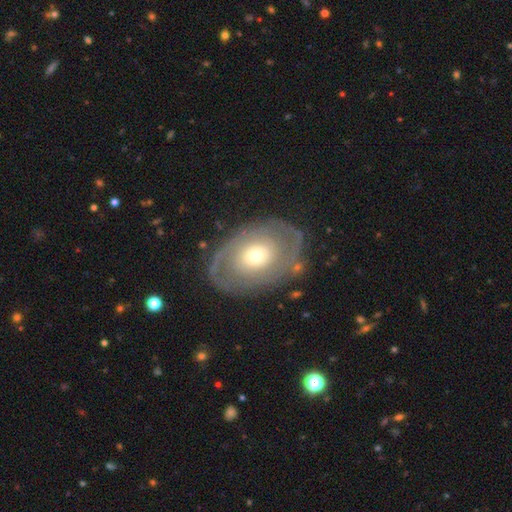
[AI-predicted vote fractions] The model was most divided on "spiral arms": yes: 52%, no: 48%. More confident: edge-on disk — no (94%); bar — no (86%); merging — none (75%); smooth or featured — featured or disk (65%); bulge size — small (51%).